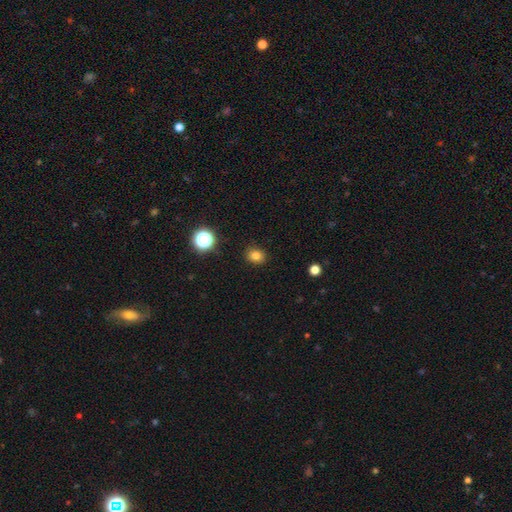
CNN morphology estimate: A smooth galaxy with no disk features (81%) that is round (58%).

Vote fractions:
- Smooth or featured? smooth: 81% / star or artifact: 14% / featured or disk: 5%
- How rounded? round: 58% / in between: 41% / cigar-shaped: 1%
- Merging? none: 89% / minor disturbance: 8% / major disturbance: 2% / merger: 1%